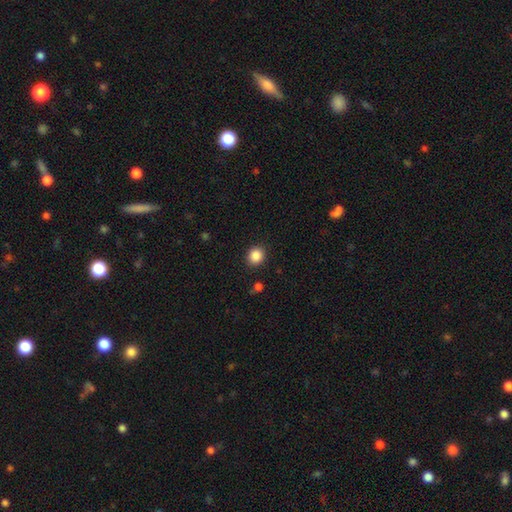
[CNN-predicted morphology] Overall: smooth (86%). How rounded: round (81%). Merging: none (89%).